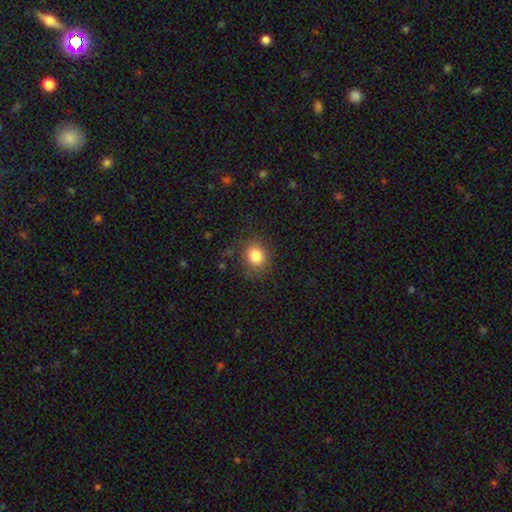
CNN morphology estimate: smooth_or_featured: smooth (p=0.83) [alt: star or artifact p=0.10]
how_rounded: round (p=0.69) [alt: in between p=0.30]
merging: none (p=0.81) [alt: minor disturbance p=0.13]